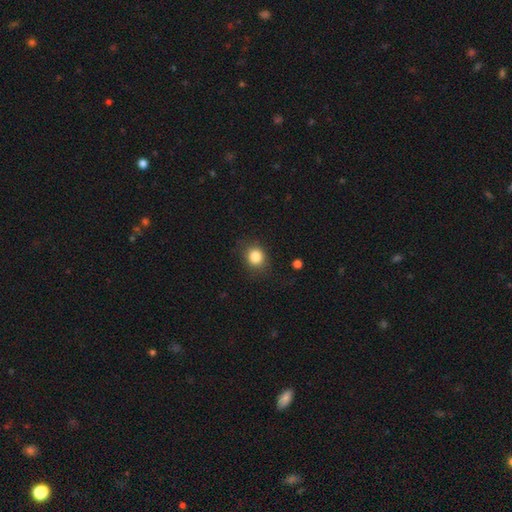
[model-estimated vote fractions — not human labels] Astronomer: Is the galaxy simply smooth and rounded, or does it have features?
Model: smooth — 84%.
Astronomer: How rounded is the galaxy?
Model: round — 74%.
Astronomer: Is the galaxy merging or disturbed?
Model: none — 81%.